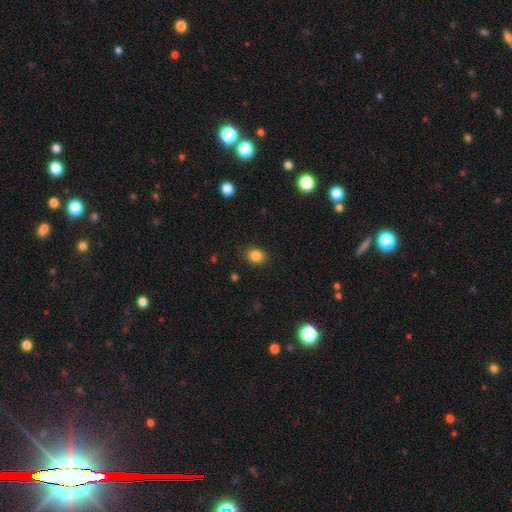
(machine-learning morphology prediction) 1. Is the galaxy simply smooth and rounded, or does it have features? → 85% smooth, 10% star or artifact, 5% featured or disk.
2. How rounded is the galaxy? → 53% round, 46% in between, 1% cigar-shaped.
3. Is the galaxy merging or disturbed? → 88% none, 9% minor disturbance, 2% major disturbance, 1% merger.